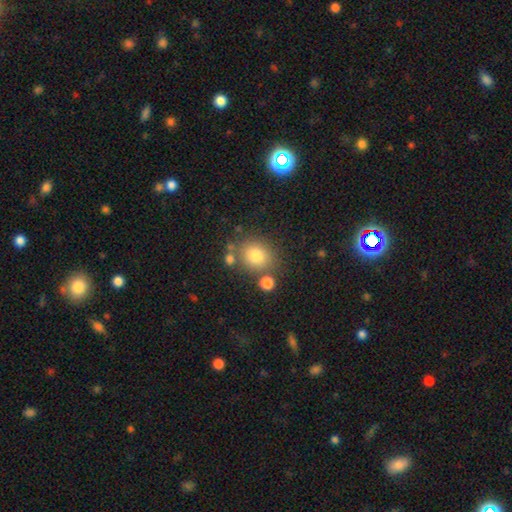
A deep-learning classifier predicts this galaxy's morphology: This is likely a smooth galaxy (79%). How rounded: likely round (75%). Merging: likely none (73%).